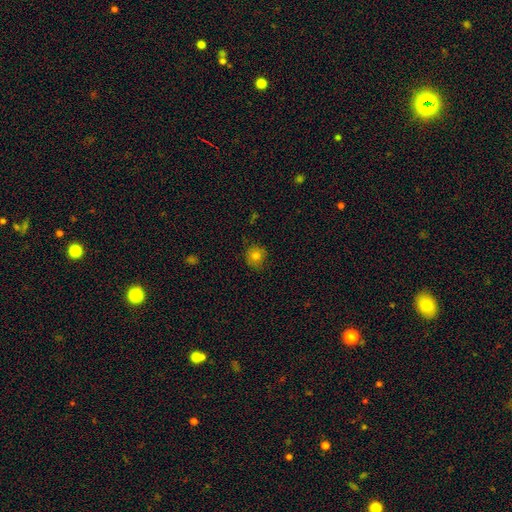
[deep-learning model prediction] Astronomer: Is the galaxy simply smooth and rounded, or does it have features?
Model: smooth — 79%.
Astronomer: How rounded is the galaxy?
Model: round — 88%.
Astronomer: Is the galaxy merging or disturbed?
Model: none — 82%.